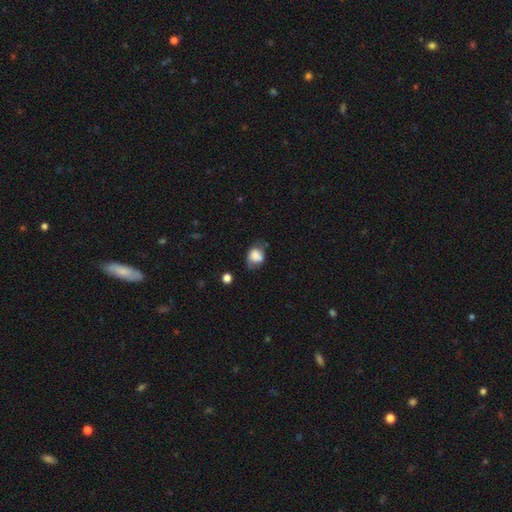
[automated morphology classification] A smooth galaxy with no disk features (74%) that is in between round and cigar-shaped (55%). Merging: none (44%).